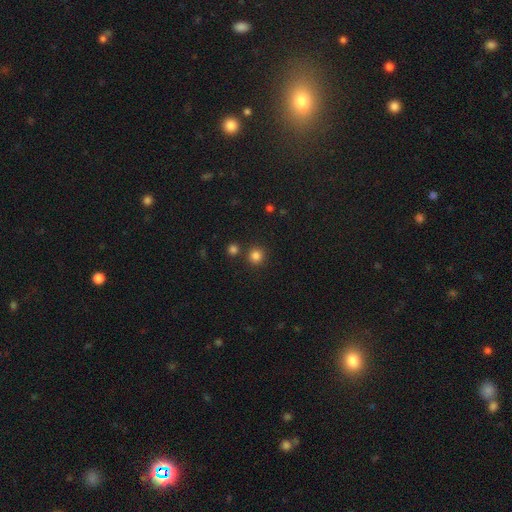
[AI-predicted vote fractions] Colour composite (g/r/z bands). It shows a smooth galaxy with no disk features (82%) that is round (94%). Merging: none (84%).